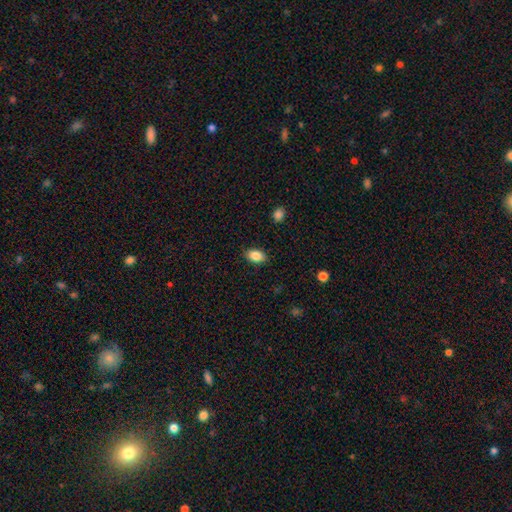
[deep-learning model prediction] Morphology: type=smooth (86%); roundness=in between (87%); merging=none (87%).